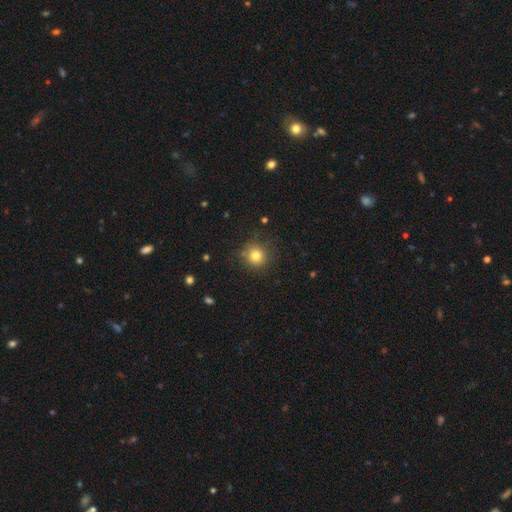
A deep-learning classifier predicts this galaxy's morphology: Smooth or featured? Predicted: smooth (p=0.79). How rounded? Predicted: round (p=0.93). Merging? Predicted: none (p=0.84).